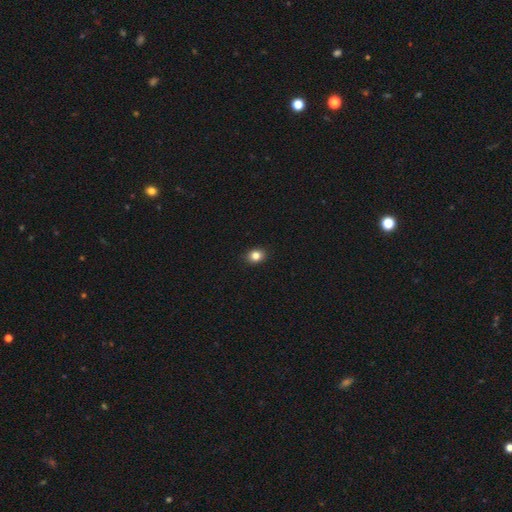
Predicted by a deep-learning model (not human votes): Overall: smooth (83%). How rounded: round (54%; in between 45%). Merging: none (90%).